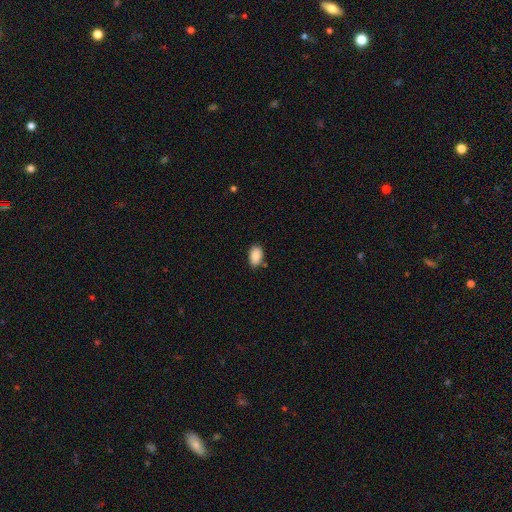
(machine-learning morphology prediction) smooth_or_featured: smooth (p=0.88) [alt: star or artifact p=0.07]
how_rounded: in between (p=0.91) [alt: round p=0.07]
merging: none (p=0.76) [alt: minor disturbance p=0.17]